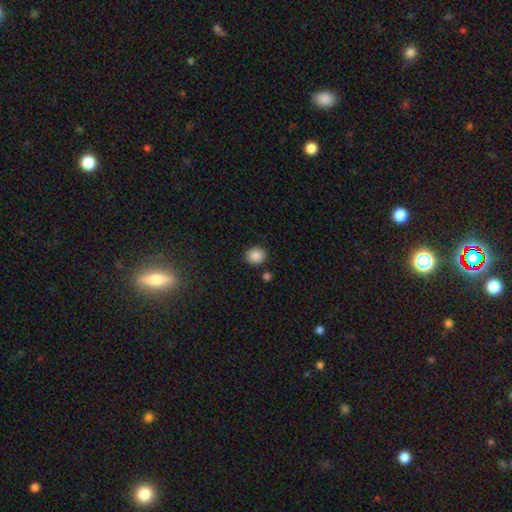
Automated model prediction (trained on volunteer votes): Q: Smooth or featured?
A: smooth (87%); runner-up: star or artifact (9%)
Q: How rounded?
A: round (80%); runner-up: in between (20%)
Q: Merging?
A: none (84%); runner-up: minor disturbance (9%)